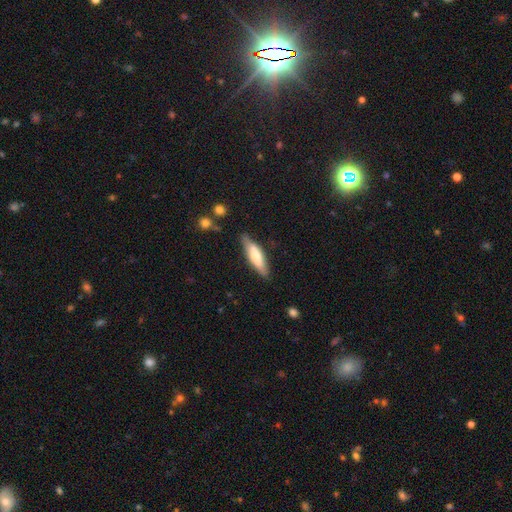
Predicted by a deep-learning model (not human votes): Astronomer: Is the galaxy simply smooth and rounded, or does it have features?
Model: smooth — 62%.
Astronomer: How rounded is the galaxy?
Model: cigar-shaped — 68%.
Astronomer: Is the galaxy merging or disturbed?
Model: none — 82%.